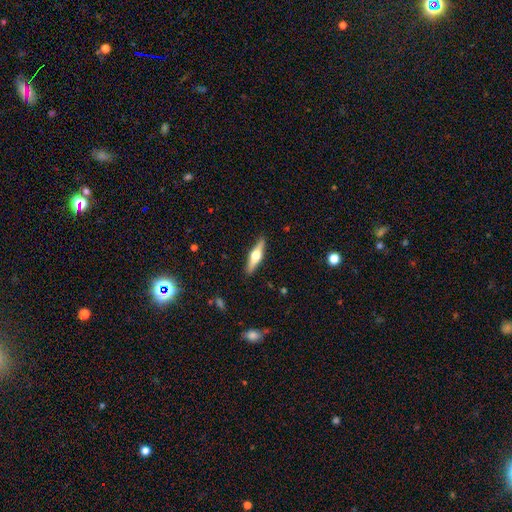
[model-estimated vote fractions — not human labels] Smooth or featured?
  - featured or disk: 63% *
  - smooth: 31%
  - star or artifact: 6%
Edge-on disk?
  - yes: 96% *
  - no: 4%
Edge-on bulge?
  - rounded: 95% *
  - boxy: 3%
  - none: 2%
Merging?
  - none: 90% *
  - minor disturbance: 7%
  - major disturbance: 2%
  - merger: 1%